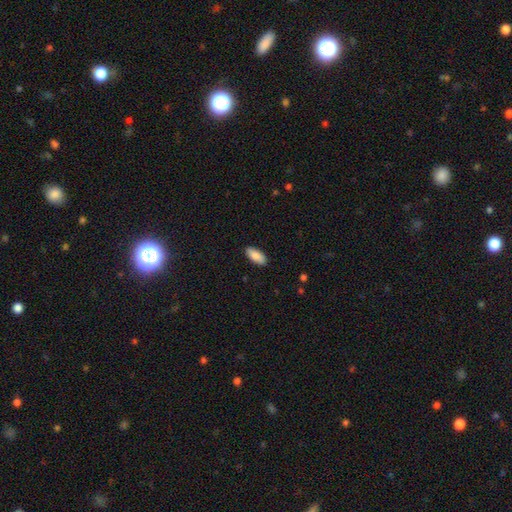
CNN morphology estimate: Smooth or featured?
  - smooth: 88% *
  - featured or disk: 7%
  - star or artifact: 6%
How rounded?
  - in between: 87% *
  - cigar-shaped: 11%
  - round: 2%
Merging?
  - none: 89% *
  - minor disturbance: 8%
  - major disturbance: 2%
  - merger: 1%